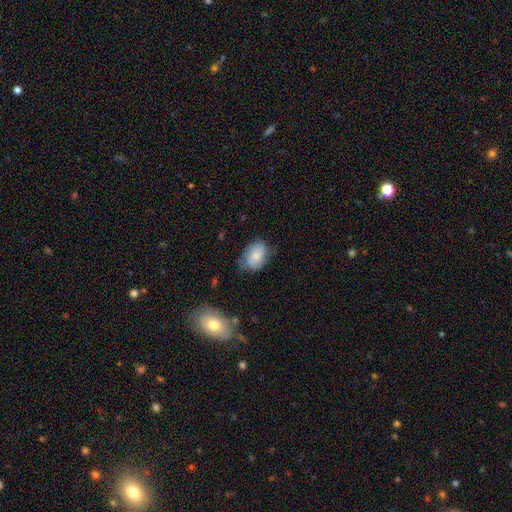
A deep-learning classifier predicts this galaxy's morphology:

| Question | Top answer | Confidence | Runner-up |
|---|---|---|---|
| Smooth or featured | smooth | 66% | featured or disk (26%) |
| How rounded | in between | 76% | round (22%) |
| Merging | none | 63% | minor disturbance (27%) |